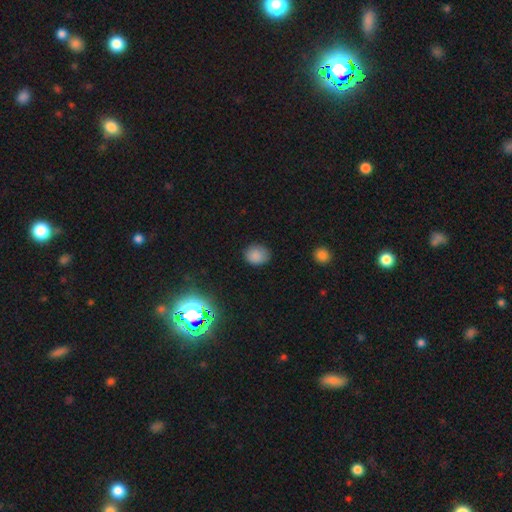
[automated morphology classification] Overall: smooth (83%). How rounded: round (59%; in between 40%). Merging: none (81%).